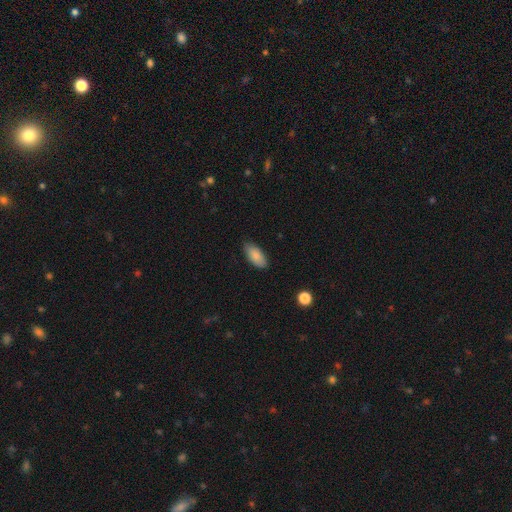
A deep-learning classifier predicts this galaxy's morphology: smooth-or-featured: smooth: 84% | featured or disk: 9% | star or artifact: 7%
  how-rounded: in between: 91% | cigar-shaped: 7% | round: 2%
  merging: none: 82% | minor disturbance: 15% | major disturbance: 2% | merger: 1%